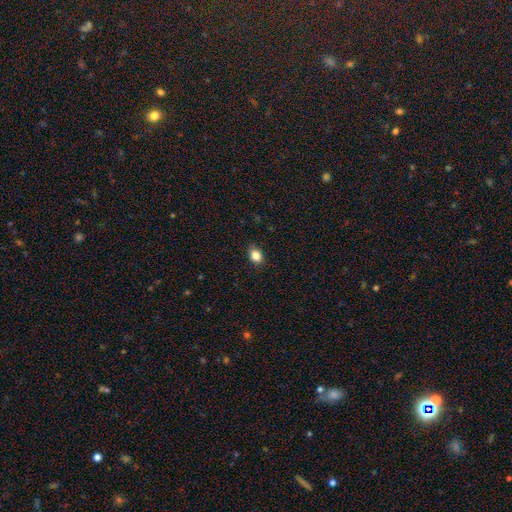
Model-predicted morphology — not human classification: A smooth galaxy with no disk features (84%) that is in between round and cigar-shaped (53%).

Vote fractions:
- Smooth or featured? smooth: 84% / star or artifact: 10% / featured or disk: 6%
- How rounded? in between: 53% / round: 46% / cigar-shaped: 1%
- Merging? none: 82% / minor disturbance: 14% / major disturbance: 3% / merger: 1%